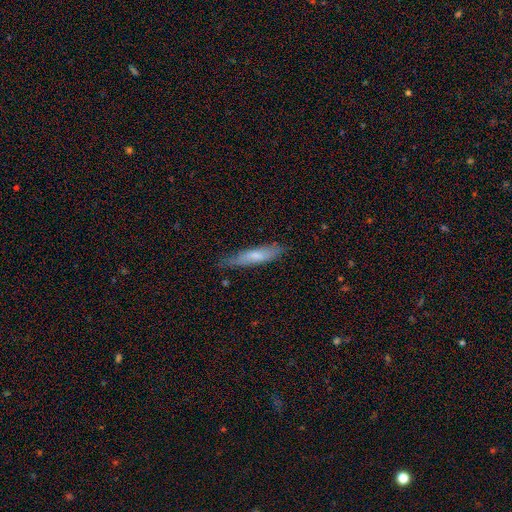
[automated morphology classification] This is likely a smooth galaxy (67%). How rounded: clearly cigar-shaped (81%). Merging: likely none (73%).